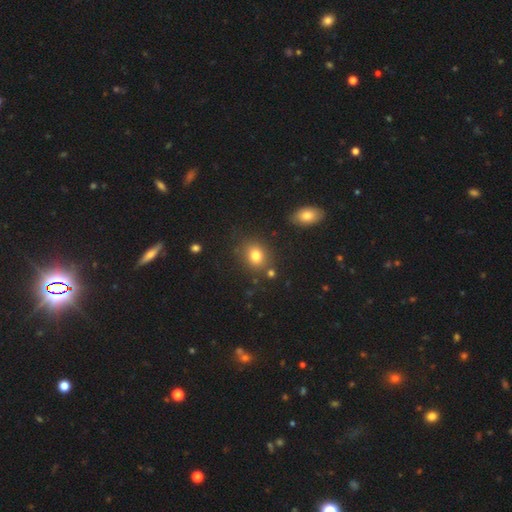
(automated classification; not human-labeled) Smooth or featured? Predicted: smooth (p=0.79). How rounded? Predicted: round (p=0.60). Merging? Predicted: none (p=0.79).